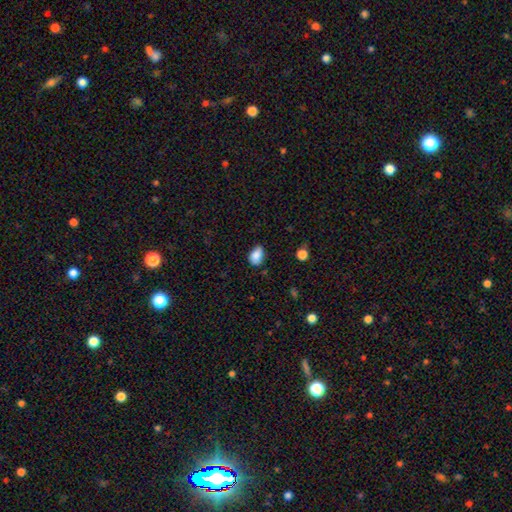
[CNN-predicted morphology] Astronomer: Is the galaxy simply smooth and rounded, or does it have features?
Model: smooth — 84%.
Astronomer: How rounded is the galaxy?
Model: in between — 84%.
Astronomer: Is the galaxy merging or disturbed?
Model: none — 62%.